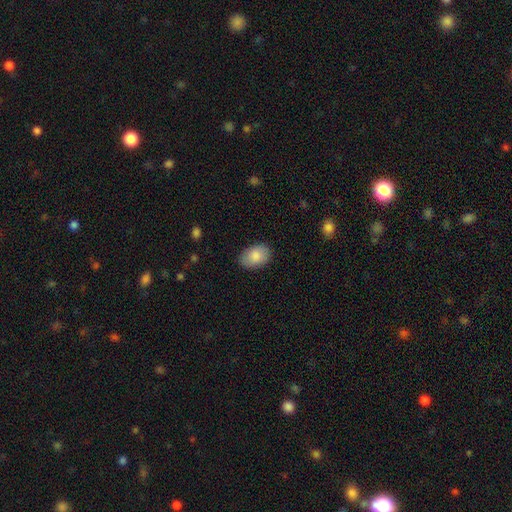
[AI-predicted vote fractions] This is clearly a smooth galaxy (86%). How rounded: clearly in between (87%). Merging: clearly none (85%).